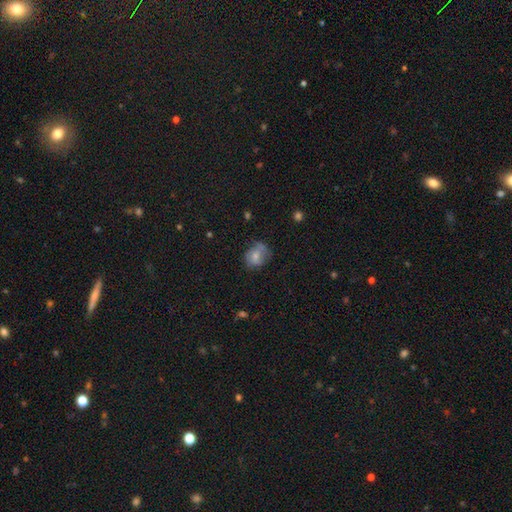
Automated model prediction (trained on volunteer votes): This appears to be a smooth galaxy with no disk features (63%) that is round (51%). Merging: none (52%).